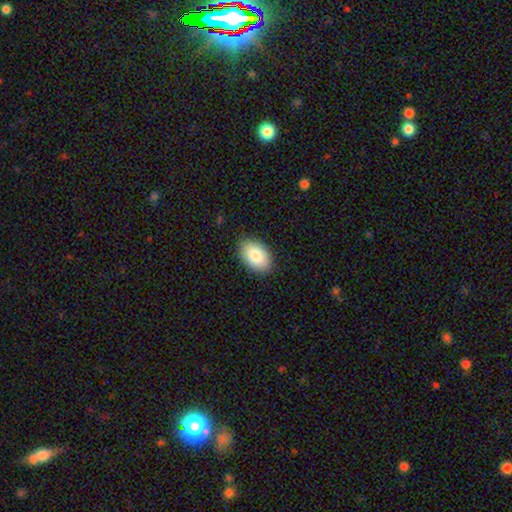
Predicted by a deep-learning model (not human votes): Smooth or featured? Predicted: smooth (p=0.85). How rounded? Predicted: in between (p=0.91). Merging? Predicted: none (p=0.87).